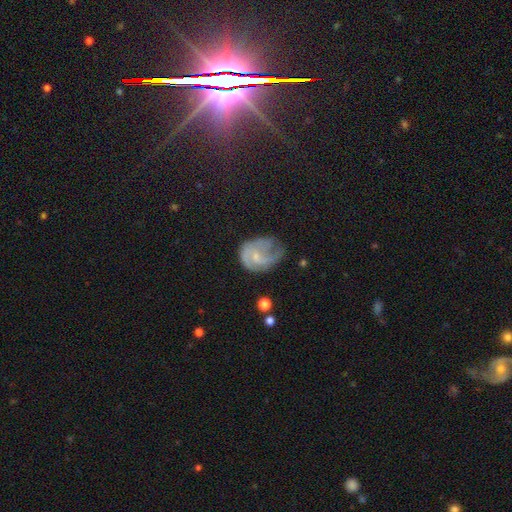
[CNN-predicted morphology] This appears to be a featured or disk galaxy (67%) with no bar (58%), 2 (40%) medium (44%) spiral arms (85%) and a small central bulge (66%). Merging: none (38%).